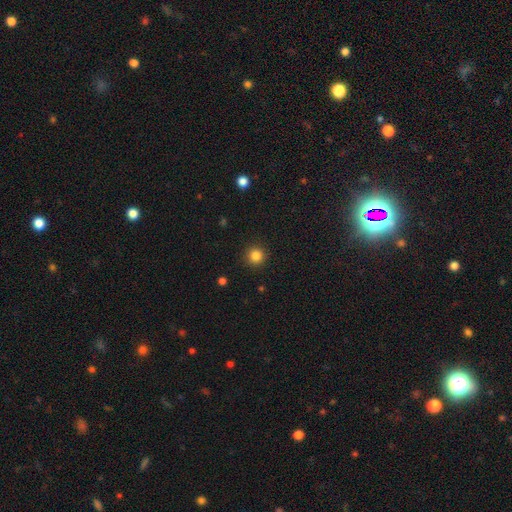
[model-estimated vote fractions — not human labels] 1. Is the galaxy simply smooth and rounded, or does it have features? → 84% smooth, 12% star or artifact, 4% featured or disk.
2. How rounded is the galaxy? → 95% round, 4% in between, 1% cigar-shaped.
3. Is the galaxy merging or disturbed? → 92% none, 5% minor disturbance, 2% major disturbance, 1% merger.